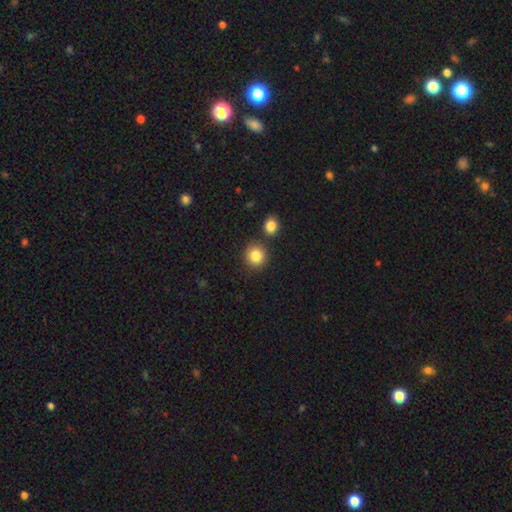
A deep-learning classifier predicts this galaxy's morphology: smooth_or_featured: smooth (p=0.85) [alt: star or artifact p=0.10]
how_rounded: round (p=0.87) [alt: in between p=0.12]
merging: none (p=0.82) [alt: merger p=0.08]